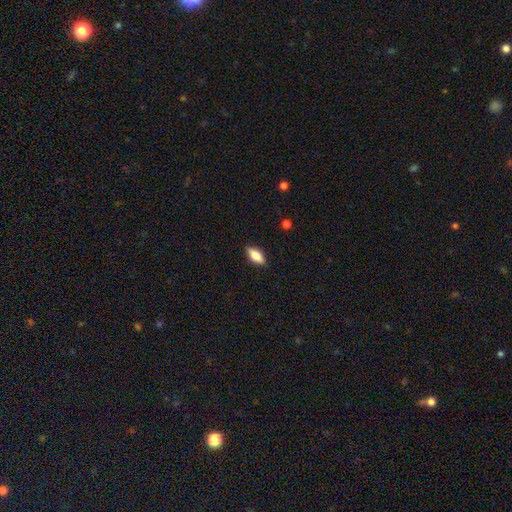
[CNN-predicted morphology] A smooth galaxy with no disk features (79%) that is in between round and cigar-shaped (84%). Merging: none (87%).